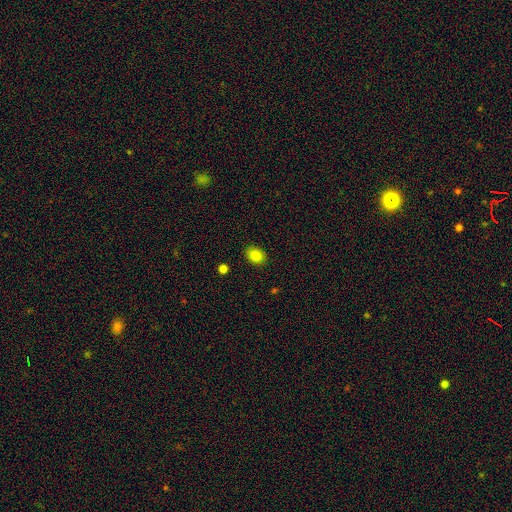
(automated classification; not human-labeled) This is clearly a smooth galaxy (86%). How rounded: likely in between (64%). Merging: clearly none (88%).